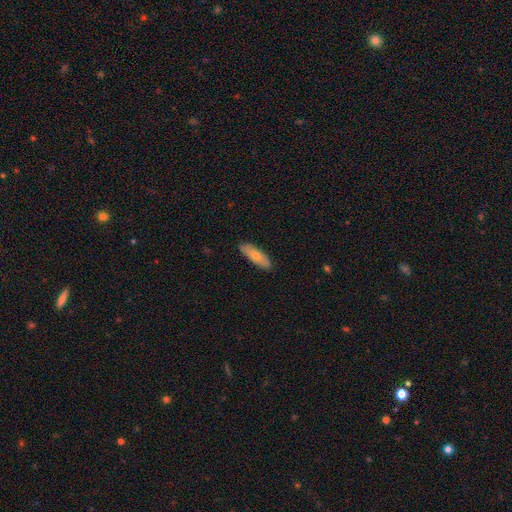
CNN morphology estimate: Overall: smooth (62%; featured or disk 32%). How rounded: in between (52%; cigar-shaped 45%). Merging: none (89%).